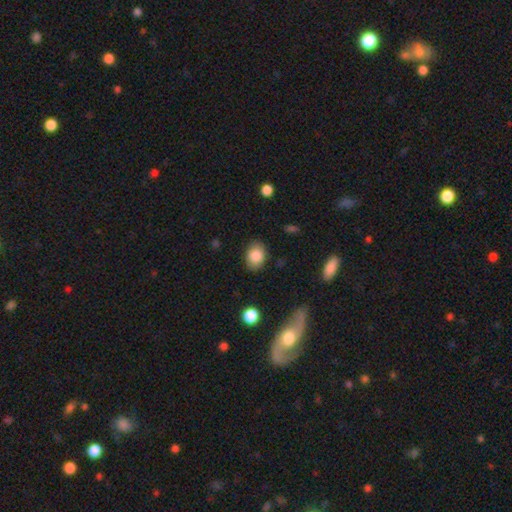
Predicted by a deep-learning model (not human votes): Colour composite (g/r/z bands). It shows a smooth galaxy with no disk features (85%) that is in between round and cigar-shaped (73%). Merging: none (84%).